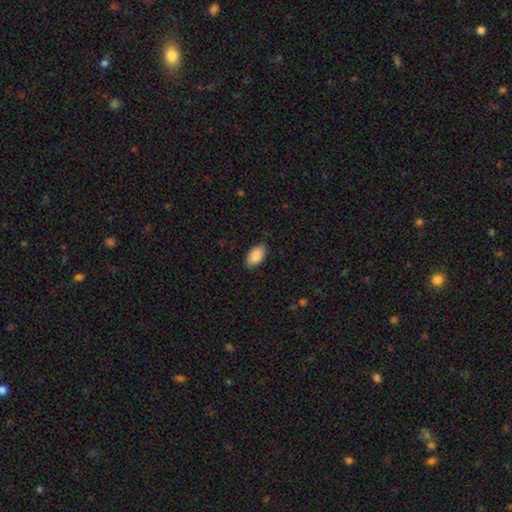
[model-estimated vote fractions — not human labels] This is clearly a smooth galaxy (89%). How rounded: clearly in between (95%). Merging: clearly none (84%).